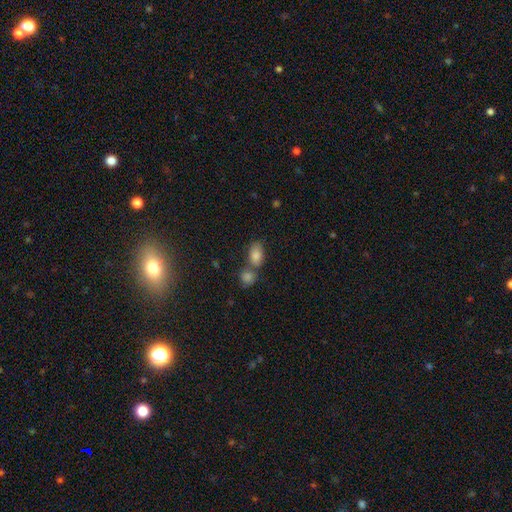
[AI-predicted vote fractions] Smooth or featured? Predicted: smooth (p=0.80). How rounded? Predicted: in between (p=0.85). Merging? Predicted: none (p=0.46).